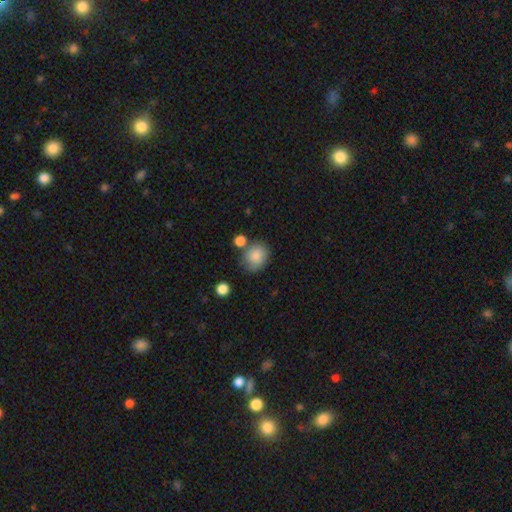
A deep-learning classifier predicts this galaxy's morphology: Smooth or featured? smooth (84%)
How rounded? round (64%)
Merging? none (65%)